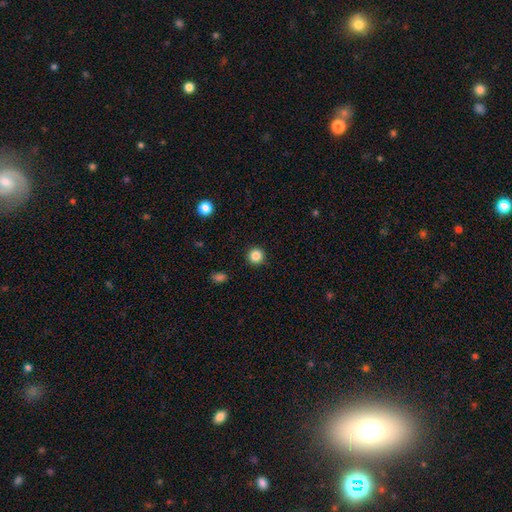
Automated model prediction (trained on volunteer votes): This appears to be a smooth galaxy with no disk features (86%) that is round (95%). Merging: none (92%).